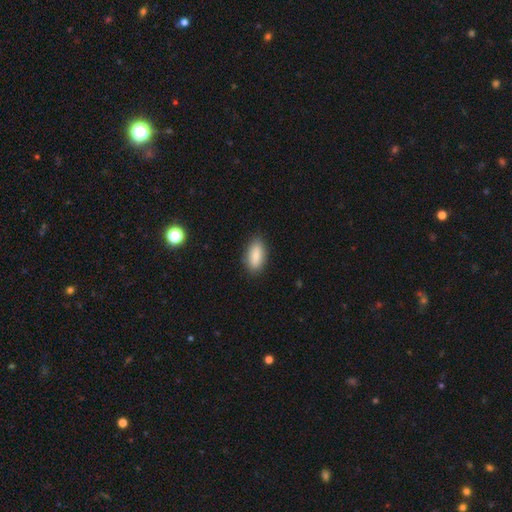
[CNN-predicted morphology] type=smooth (85%); roundness=in between (87%); merging=none (86%).